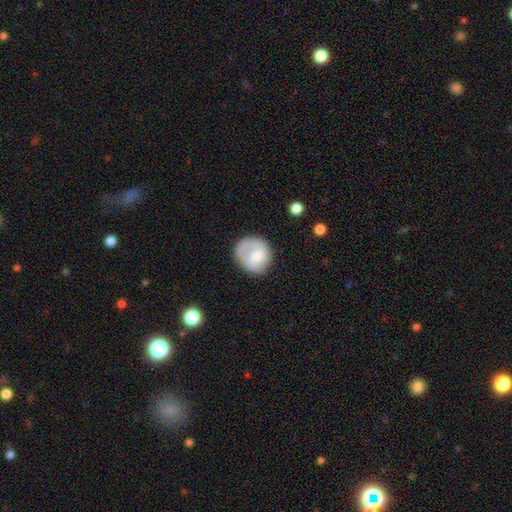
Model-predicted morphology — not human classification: The model was most divided on "smooth or featured": smooth: 66%, featured or disk: 27%, star or artifact: 7%. More confident: how rounded — round (79%); merging — none (65%).